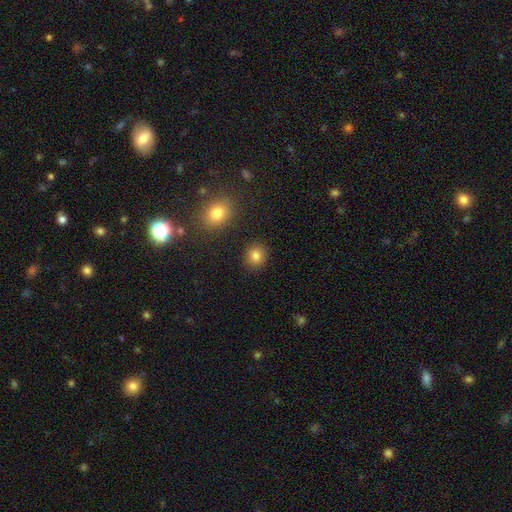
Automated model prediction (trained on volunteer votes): Smooth or featured? smooth (83%)
How rounded? round (83%)
Merging? none (88%)